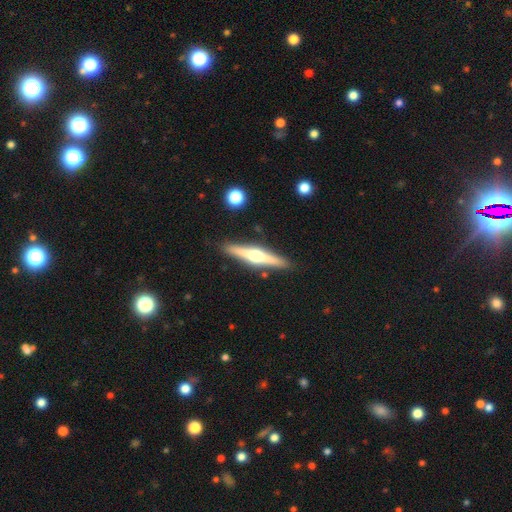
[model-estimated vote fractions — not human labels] This appears to be a featured or disk galaxy (72%) viewed edge-on (98%) with a rounded central bulge (95%). Merging: none (89%).